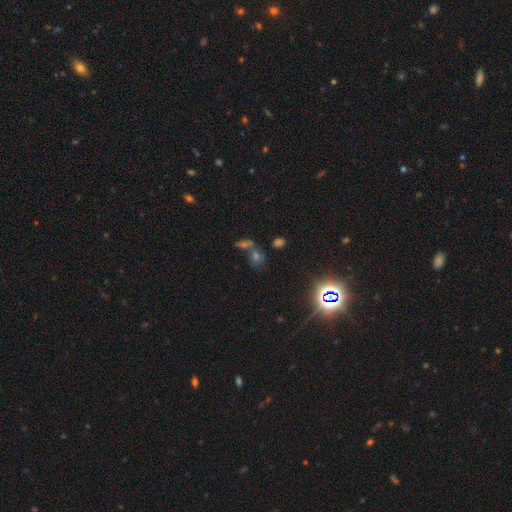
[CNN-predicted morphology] Smooth or featured: star or artifact — 54% (smooth — 32%)